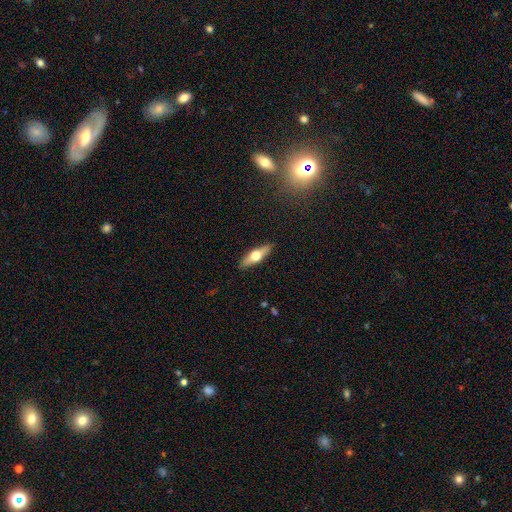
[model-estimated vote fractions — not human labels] A smooth galaxy with no disk features (48%). Merging: none (90%).